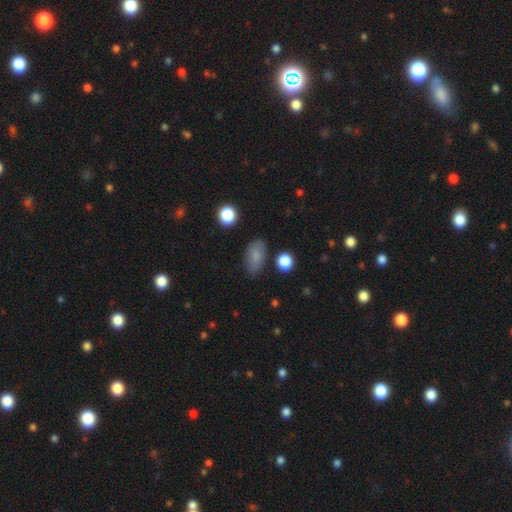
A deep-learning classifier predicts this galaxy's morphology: smooth 82%, featured or disk 9%, star or artifact 9%. Down the decision tree: how rounded — in between (91%); merging — none (79%).